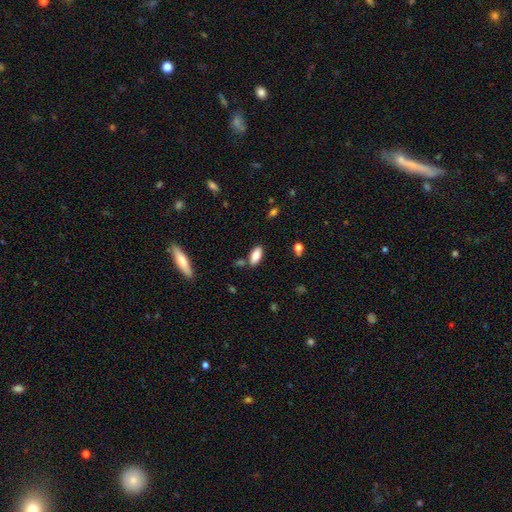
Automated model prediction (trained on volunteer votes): Smooth or featured: smooth — 83% (featured or disk — 10%)
How rounded: in between — 85% (cigar-shaped — 13%)
Merging: none — 79% (minor disturbance — 12%)